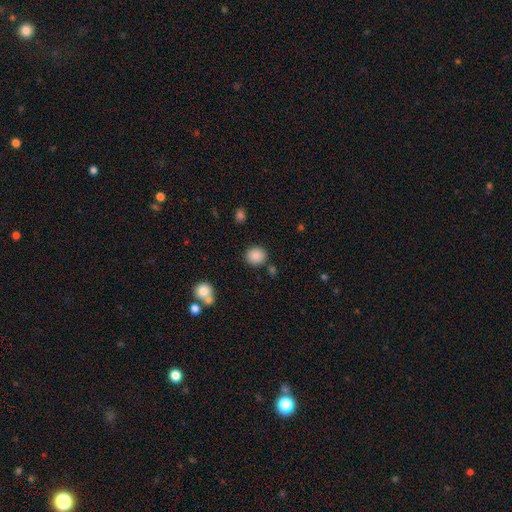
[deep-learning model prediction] smooth 87%, star or artifact 9%, featured or disk 4%. Down the decision tree: how rounded — round (83%); merging — none (83%).